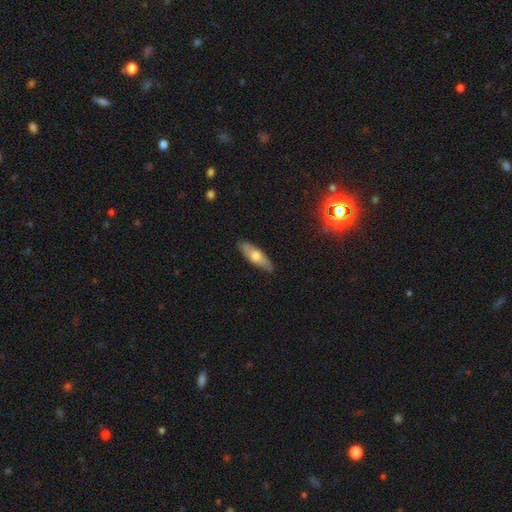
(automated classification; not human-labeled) Smooth or featured?
  - smooth: 59% *
  - featured or disk: 35%
  - star or artifact: 6%
How rounded?
  - cigar-shaped: 50% *
  - in between: 48%
  - round: 2%
Merging?
  - none: 87% *
  - minor disturbance: 10%
  - major disturbance: 2%
  - merger: 1%